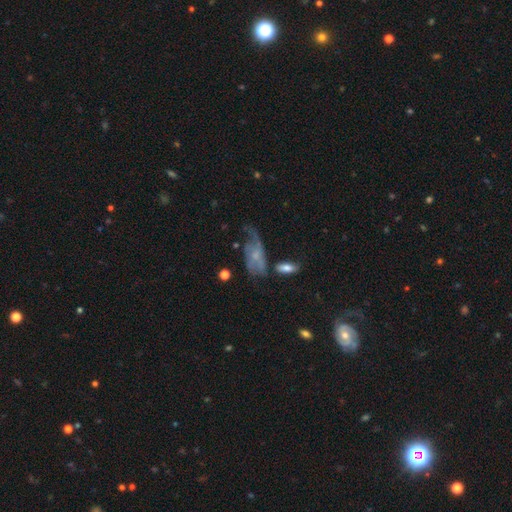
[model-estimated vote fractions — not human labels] The model was most divided on "merging": major disturbance: 36%, none: 28%, minor disturbance: 27%, merger: 9%. More confident: edge-on disk — no (91%); bar — no (74%); spiral arms — yes (71%); bulge size — small (60%); smooth or featured — featured or disk (58%).